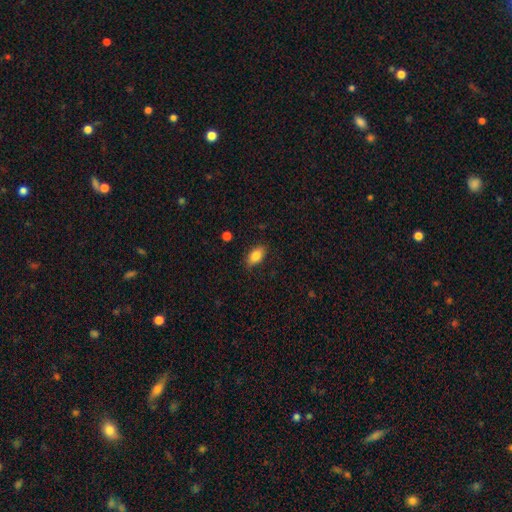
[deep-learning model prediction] Smooth or featured? Predicted: smooth (p=0.84). How rounded? Predicted: in between (p=0.90). Merging? Predicted: none (p=0.85).